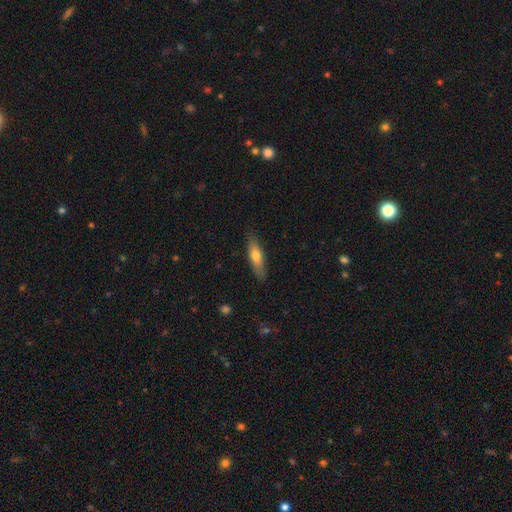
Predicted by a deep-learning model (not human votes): A smooth galaxy with no disk features (66%) that is cigar-shaped (60%). Merging: none (84%).